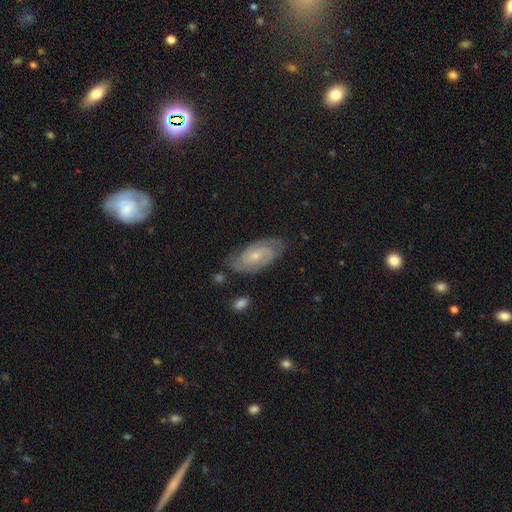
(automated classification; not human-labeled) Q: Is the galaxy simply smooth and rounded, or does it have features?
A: featured or disk — 77%.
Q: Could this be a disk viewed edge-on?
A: no — 95%.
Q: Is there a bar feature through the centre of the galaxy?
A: no — 62%.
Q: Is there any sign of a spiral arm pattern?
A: yes — 95%.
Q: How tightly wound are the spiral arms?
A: tight — 55%.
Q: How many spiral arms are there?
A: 2 — 61%.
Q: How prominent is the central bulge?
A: small — 65%.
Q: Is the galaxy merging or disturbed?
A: none — 75%.